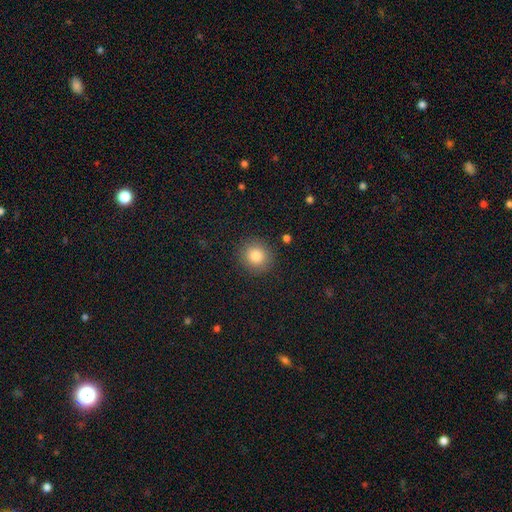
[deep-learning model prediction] This appears to be a smooth galaxy with no disk features (85%) that is round (87%). Merging: none (88%).